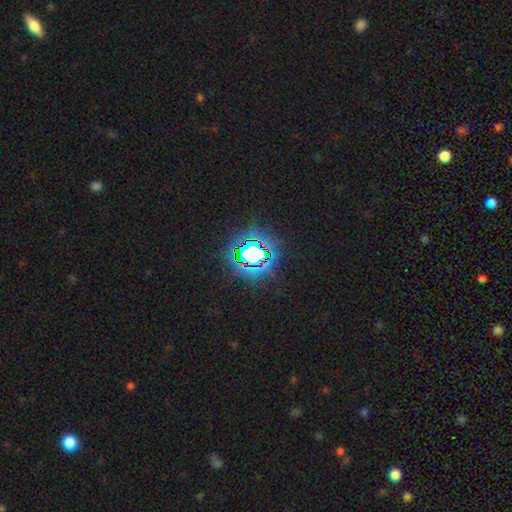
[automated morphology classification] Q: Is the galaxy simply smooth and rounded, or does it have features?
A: star or artifact — 75%.